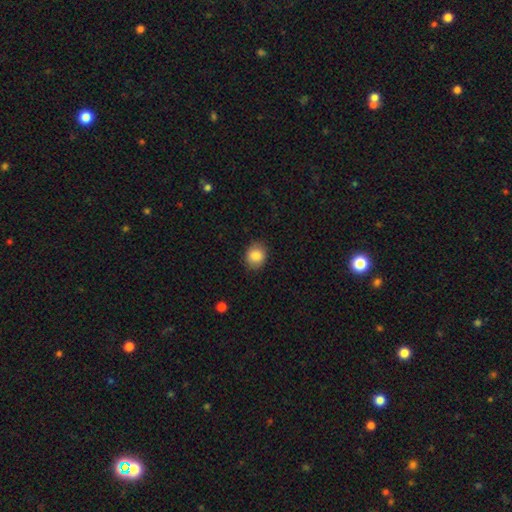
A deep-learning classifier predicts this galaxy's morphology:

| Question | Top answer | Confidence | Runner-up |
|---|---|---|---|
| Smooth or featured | smooth | 86% | star or artifact (8%) |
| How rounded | round | 65% | in between (35%) |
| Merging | none | 86% | minor disturbance (10%) |